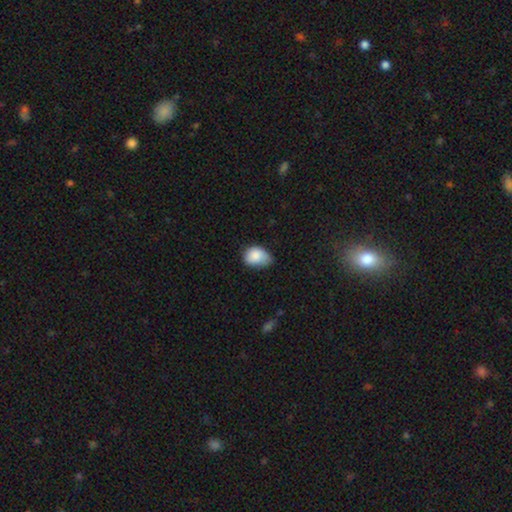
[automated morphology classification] The model was most divided on "merging": minor disturbance: 49%, none: 39%, major disturbance: 9%, merger: 3%. More confident: smooth or featured — smooth (85%); how rounded — in between (72%).